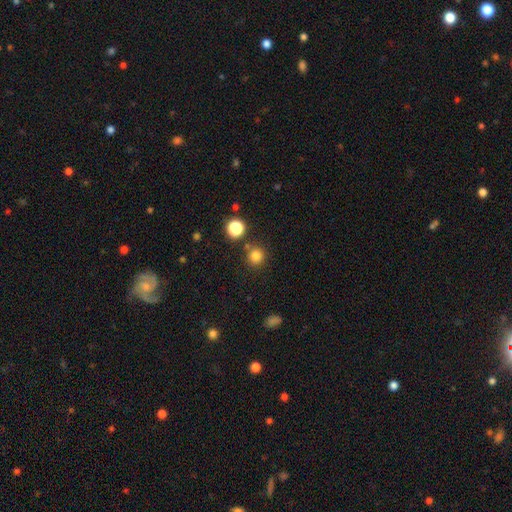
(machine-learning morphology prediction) A smooth galaxy with no disk features (80%) that is round (92%). Merging: none (81%).